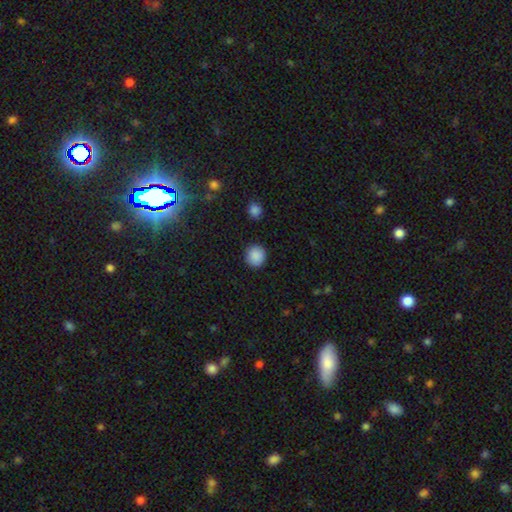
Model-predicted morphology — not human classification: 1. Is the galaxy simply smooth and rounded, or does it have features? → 88% smooth, 9% star or artifact, 3% featured or disk.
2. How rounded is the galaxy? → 92% round, 7% in between, 1% cigar-shaped.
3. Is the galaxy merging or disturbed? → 90% none, 6% minor disturbance, 2% major disturbance, 1% merger.